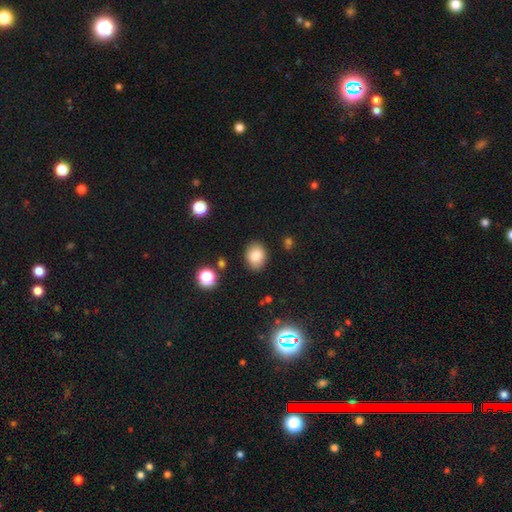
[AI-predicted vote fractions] This appears to be a smooth galaxy with no disk features (82%) that is in between round and cigar-shaped (60%). Merging: none (86%).